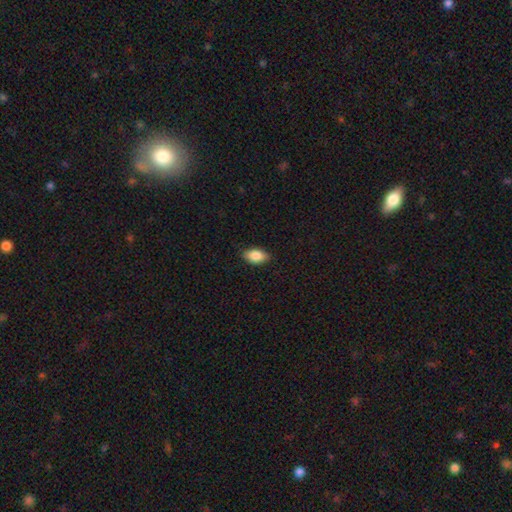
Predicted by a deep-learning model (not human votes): Smooth or featured? Predicted: smooth (p=0.84). How rounded? Predicted: in between (p=0.90). Merging? Predicted: none (p=0.86).